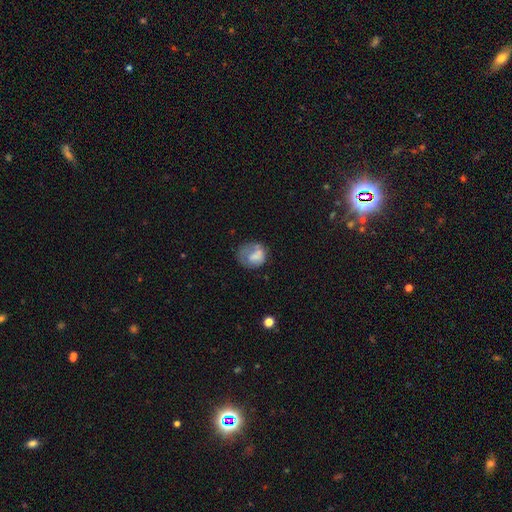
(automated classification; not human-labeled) Smooth or featured: smooth — 62% (featured or disk — 29%)
How rounded: round — 65% (in between — 34%)
Merging: none — 41% (major disturbance — 27%)